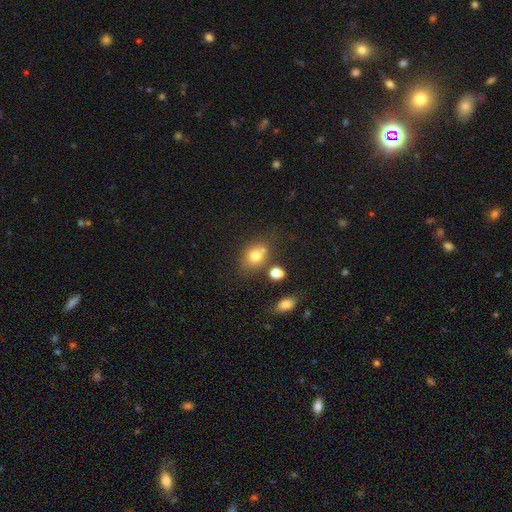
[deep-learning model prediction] A smooth galaxy with no disk features (74%) that is round (54%). Merging: none (58%).